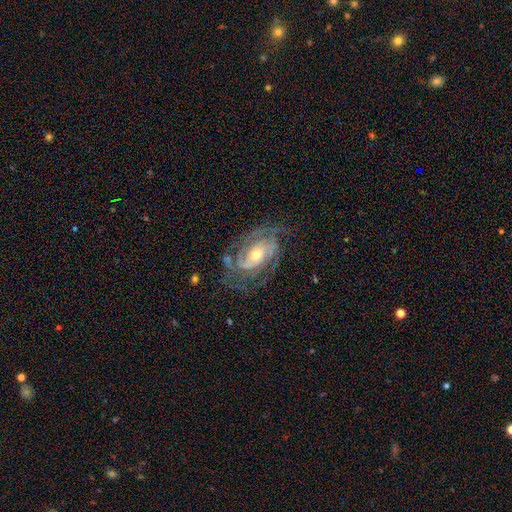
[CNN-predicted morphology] smooth_or_featured: featured or disk (p=0.84) [alt: smooth p=0.09]
disk_edge_on: no (p=0.96) [alt: yes p=0.04]
bar: no (p=0.45) [alt: weak p=0.37]
has_spiral_arms: yes (p=0.92) [alt: no p=0.08]
spiral_winding: tight (p=0.51) [alt: medium p=0.39]
spiral_arm_count: 2 (p=0.48) [alt: can't tell p=0.22]
bulge_size: moderate (p=0.57) [alt: small p=0.36]
merging: none (p=0.69) [alt: minor disturbance p=0.18]